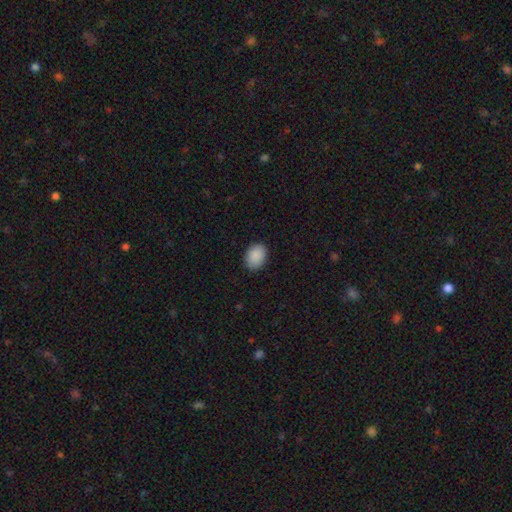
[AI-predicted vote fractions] Smooth or featured? smooth (90%)
How rounded? in between (70%)
Merging? none (86%)